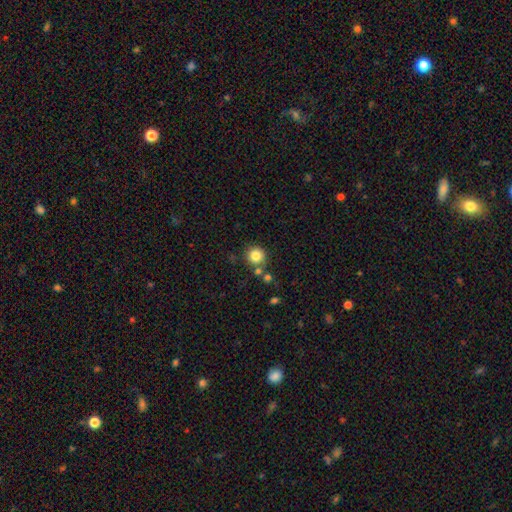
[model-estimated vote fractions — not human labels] A smooth galaxy with no disk features (83%) that is round (93%). Merging: none (75%).